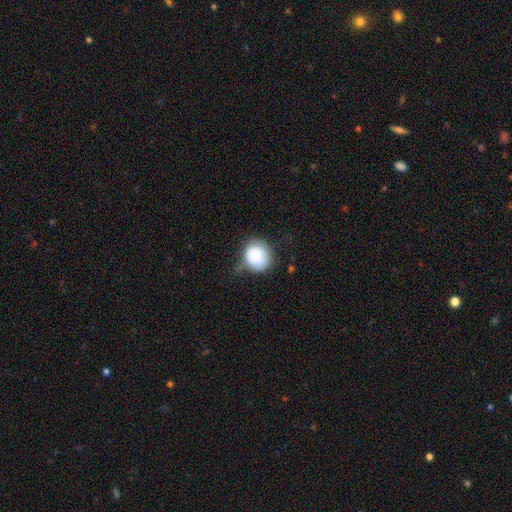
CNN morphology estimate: Smooth or featured: smooth — 83% (featured or disk — 9%)
How rounded: round — 81% (in between — 18%)
Merging: none — 50% (minor disturbance — 34%)